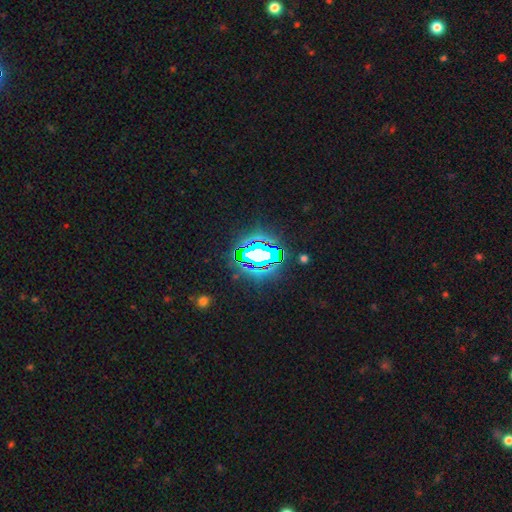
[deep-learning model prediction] Morphology: type=star or artifact (69%).